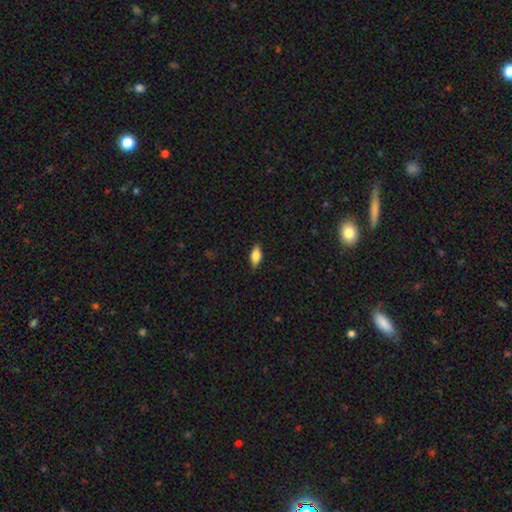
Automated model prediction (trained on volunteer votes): Smooth or featured? Predicted: smooth (p=0.72). How rounded? Predicted: in between (p=0.82). Merging? Predicted: none (p=0.86).